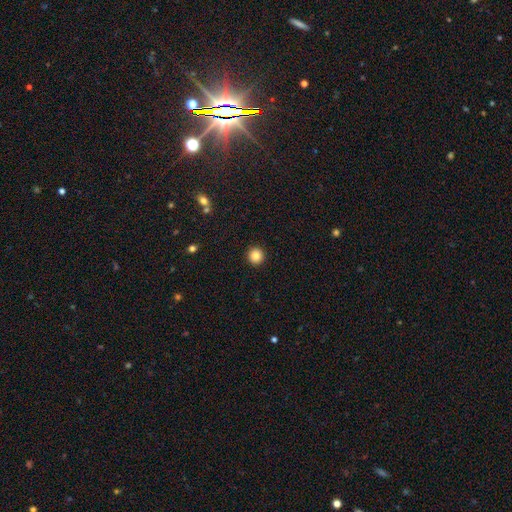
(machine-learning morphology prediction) Q: Smooth or featured?
A: smooth (85%); runner-up: star or artifact (10%)
Q: How rounded?
A: round (95%); runner-up: in between (4%)
Q: Merging?
A: none (94%); runner-up: minor disturbance (4%)